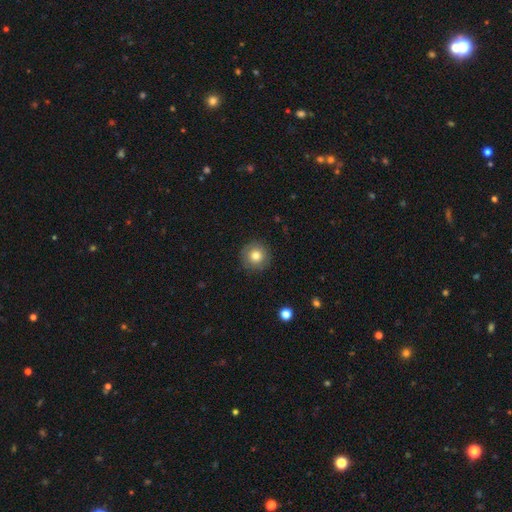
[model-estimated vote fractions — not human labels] Q: Smooth or featured?
A: smooth (76%); runner-up: featured or disk (15%)
Q: How rounded?
A: round (95%); runner-up: in between (4%)
Q: Merging?
A: none (88%); runner-up: minor disturbance (8%)